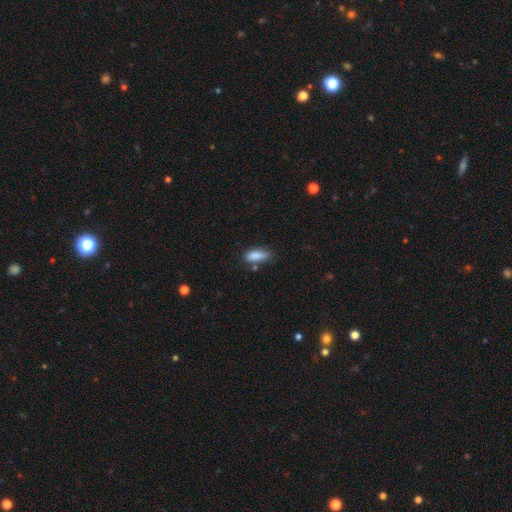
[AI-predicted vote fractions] smooth_or_featured: smooth (p=0.86) [alt: star or artifact p=0.08]
how_rounded: in between (p=0.76) [alt: cigar-shaped p=0.21]
merging: none (p=0.66) [alt: minor disturbance p=0.23]